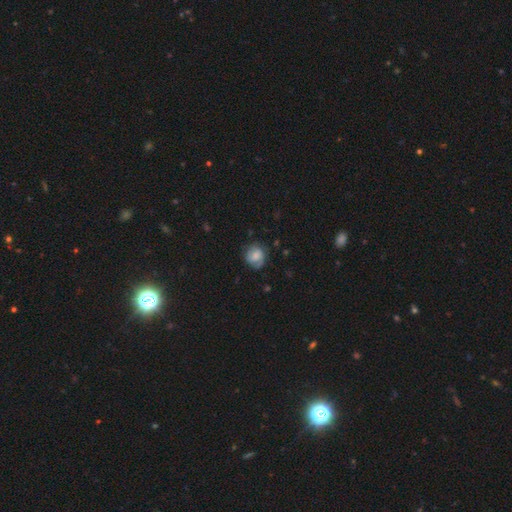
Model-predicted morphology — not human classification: Smooth or featured?
  - featured or disk: 47% *
  - smooth: 44%
  - star or artifact: 8%
Merging?
  - none: 70% *
  - minor disturbance: 21%
  - major disturbance: 8%
  - merger: 1%